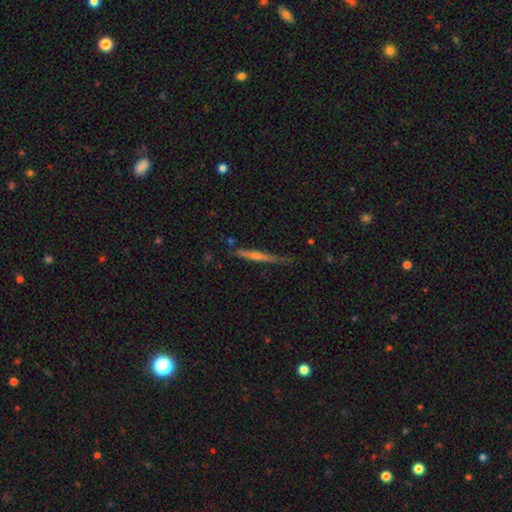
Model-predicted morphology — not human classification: The model was most divided on "edge-on bulge": rounded: 59%, none: 34%, boxy: 7%. More confident: edge-on disk — yes (97%); merging — none (75%); smooth or featured — featured or disk (60%).